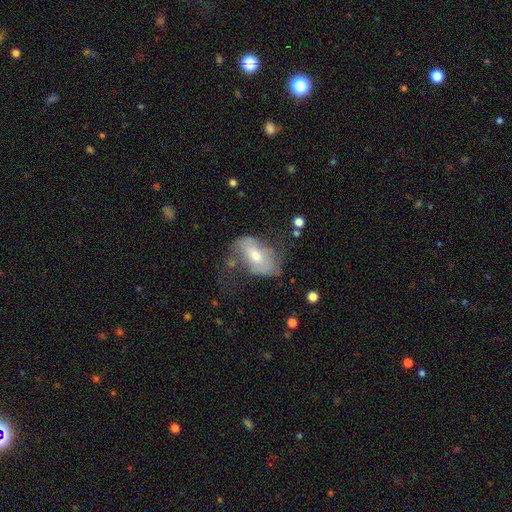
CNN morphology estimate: This is possibly a featured or disk galaxy (58%). It is clearly not viewed edge-on (93%). Bar: marginally no (44%). Spiral arm pattern: likely yes (67%). Central bulge: possibly moderate (57%). Merging: marginally none (42%).